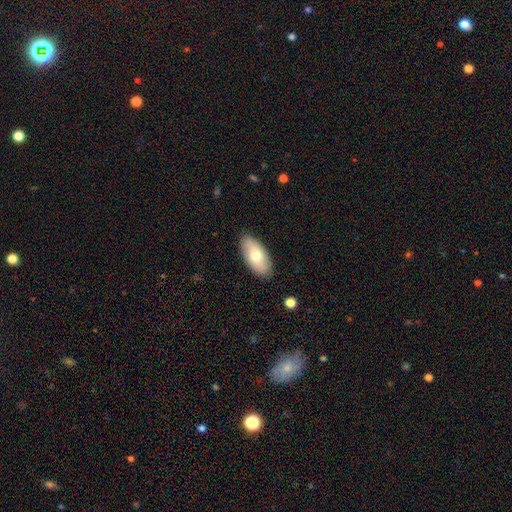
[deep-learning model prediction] Smooth or featured: smooth — 70% (featured or disk — 24%)
How rounded: in between — 93% (cigar-shaped — 5%)
Merging: none — 87% (minor disturbance — 10%)